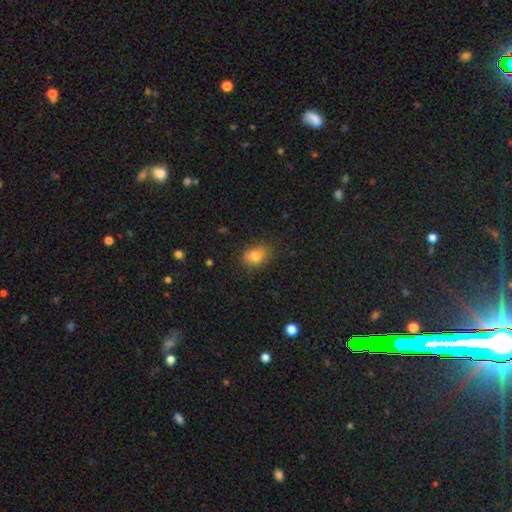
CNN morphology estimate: Smooth or featured? smooth (80%)
How rounded? in between (61%)
Merging? none (77%)